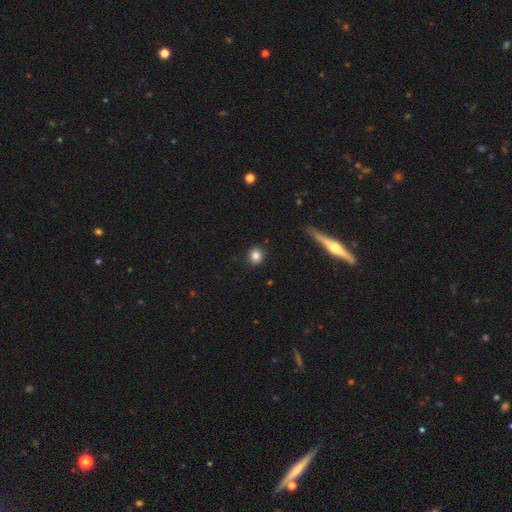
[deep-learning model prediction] Morphology: type=smooth (85%); roundness=round (85%); merging=none (88%).